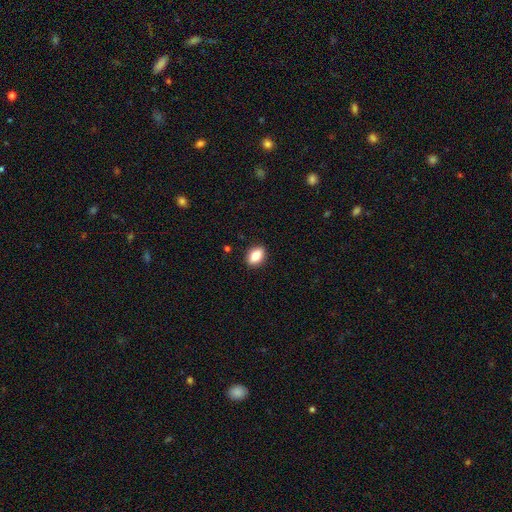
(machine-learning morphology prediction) Overall: smooth (83%). How rounded: in between (81%). Merging: none (89%).